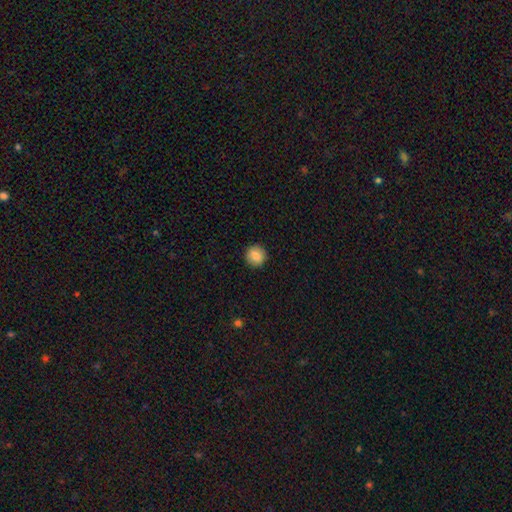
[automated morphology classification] Smooth or featured: smooth — 86% (star or artifact — 8%)
How rounded: round — 90% (in between — 9%)
Merging: none — 91% (minor disturbance — 7%)